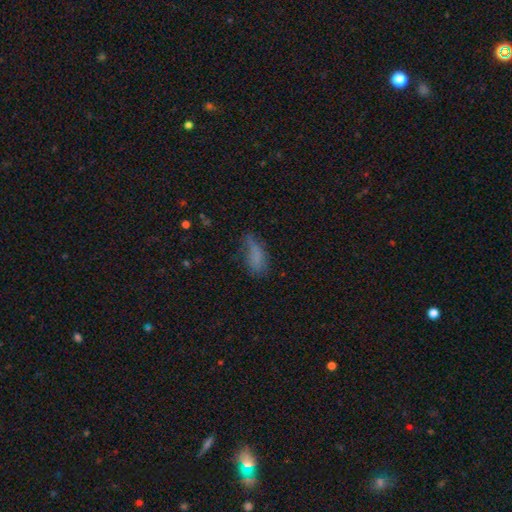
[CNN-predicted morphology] Overall: smooth (72%). How rounded: in between (75%). Merging: none (42%; minor disturbance 33%).